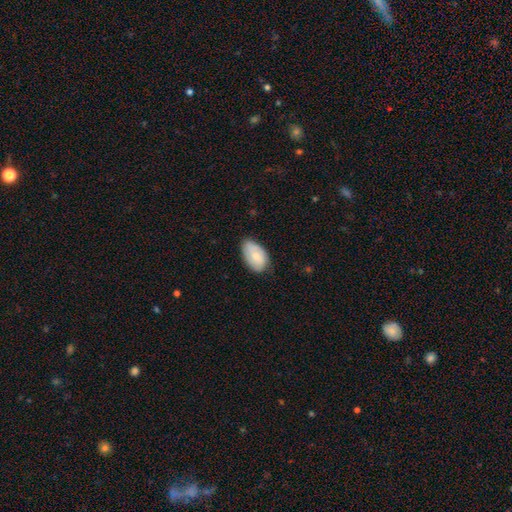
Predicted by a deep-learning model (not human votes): Smooth or featured? Predicted: smooth (p=0.69). How rounded? Predicted: in between (p=0.93). Merging? Predicted: none (p=0.66).